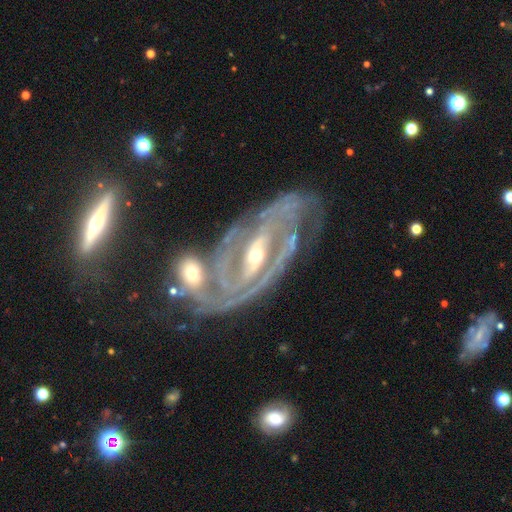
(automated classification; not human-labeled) Morphology: type=featured or disk (90%); edge-on=no (94%); bar=strong (49%); spiral arms=yes (92%); winding=tight (53%); arm count=2 (53%); bulge=small (48%); merging=none (35%).